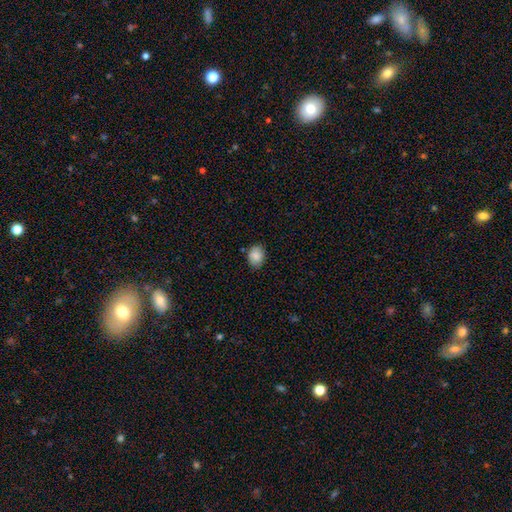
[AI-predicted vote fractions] Smooth or featured? Predicted: smooth (p=0.87). How rounded? Predicted: in between (p=0.64). Merging? Predicted: none (p=0.82).